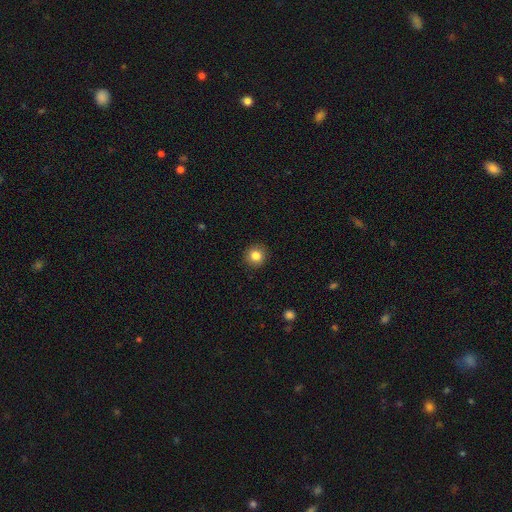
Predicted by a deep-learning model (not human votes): smooth_or_featured: smooth (p=0.84) [alt: star or artifact p=0.10]
how_rounded: round (p=0.93) [alt: in between p=0.06]
merging: none (p=0.92) [alt: minor disturbance p=0.06]